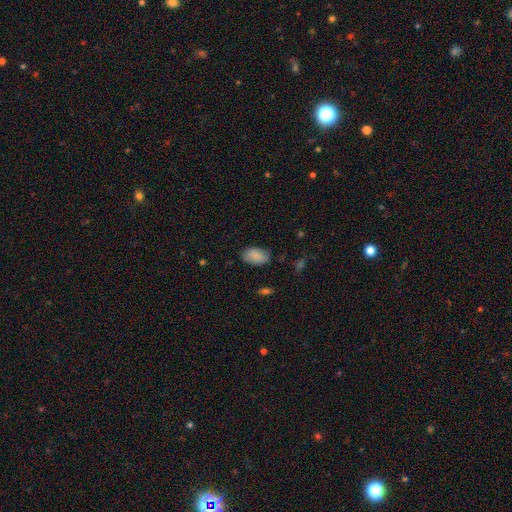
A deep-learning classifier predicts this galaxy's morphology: A smooth galaxy with no disk features (85%) that is in between round and cigar-shaped (93%).

Vote fractions:
- Smooth or featured? smooth: 85% / featured or disk: 8% / star or artifact: 7%
- How rounded? in between: 93% / round: 5% / cigar-shaped: 2%
- Merging? none: 77% / minor disturbance: 18% / major disturbance: 4% / merger: 1%